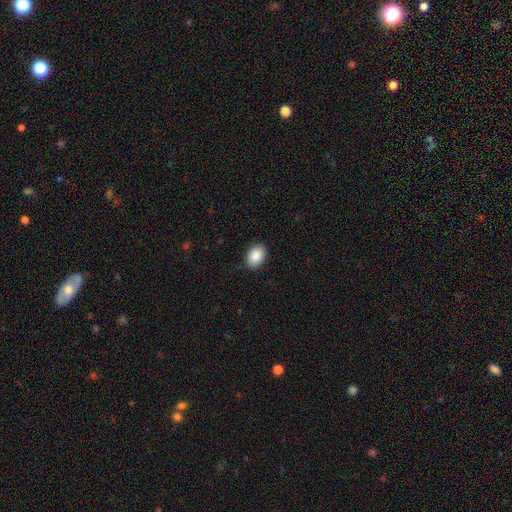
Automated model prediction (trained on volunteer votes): Smooth or featured?
  - smooth: 89% *
  - star or artifact: 7%
  - featured or disk: 4%
How rounded?
  - in between: 80% *
  - round: 19%
  - cigar-shaped: 1%
Merging?
  - none: 89% *
  - minor disturbance: 8%
  - major disturbance: 2%
  - merger: 1%